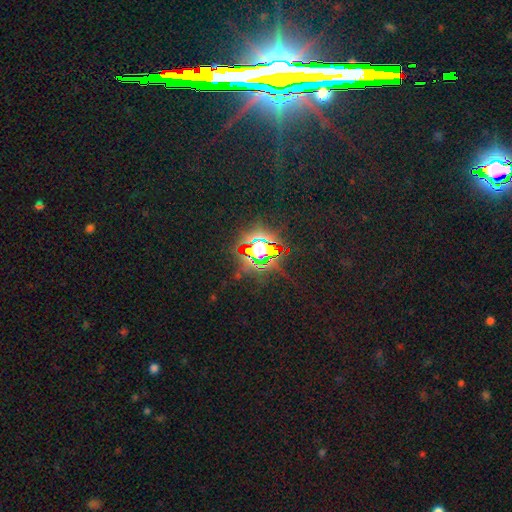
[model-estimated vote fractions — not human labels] smooth-or-featured: star or artifact: 84% | featured or disk: 8% | smooth: 8%